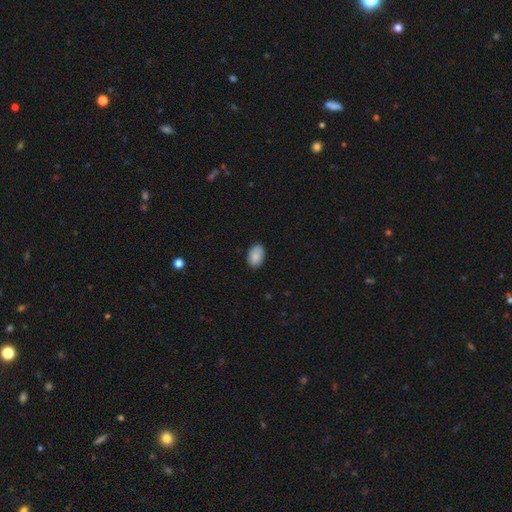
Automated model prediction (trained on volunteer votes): A smooth galaxy with no disk features (84%) that is in between round and cigar-shaped (87%).

Vote fractions:
- Smooth or featured? smooth: 84% / featured or disk: 9% / star or artifact: 7%
- How rounded? in between: 87% / round: 12% / cigar-shaped: 1%
- Merging? none: 85% / minor disturbance: 12% / major disturbance: 2% / merger: 1%